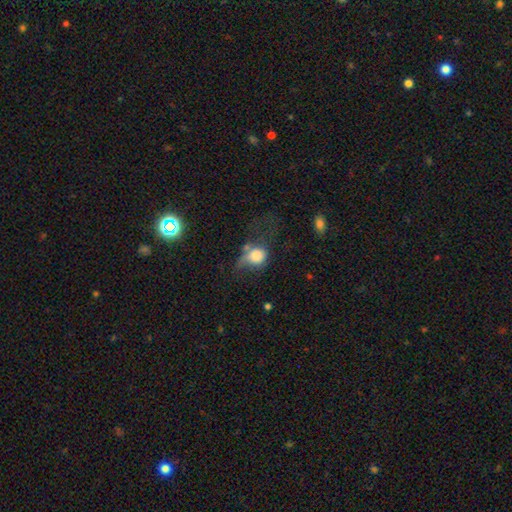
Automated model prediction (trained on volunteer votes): Q: Smooth or featured?
A: smooth (69%); runner-up: featured or disk (21%)
Q: How rounded?
A: round (57%); runner-up: in between (42%)
Q: Merging?
A: major disturbance (46%); runner-up: none (22%)